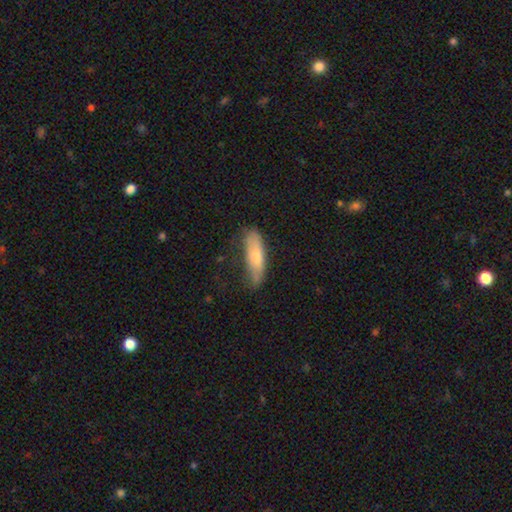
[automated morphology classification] Smooth or featured: smooth — 71% (featured or disk — 23%)
How rounded: cigar-shaped — 52% (in between — 46%)
Merging: none — 60% (minor disturbance — 30%)